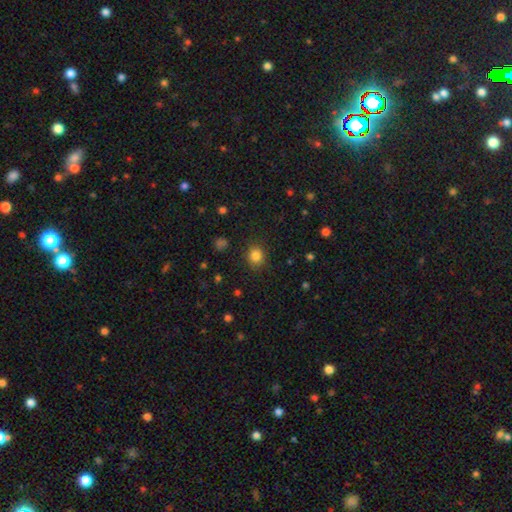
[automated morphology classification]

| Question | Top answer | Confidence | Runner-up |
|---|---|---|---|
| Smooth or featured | smooth | 82% | star or artifact (12%) |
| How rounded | round | 80% | in between (19%) |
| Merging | none | 87% | minor disturbance (9%) |